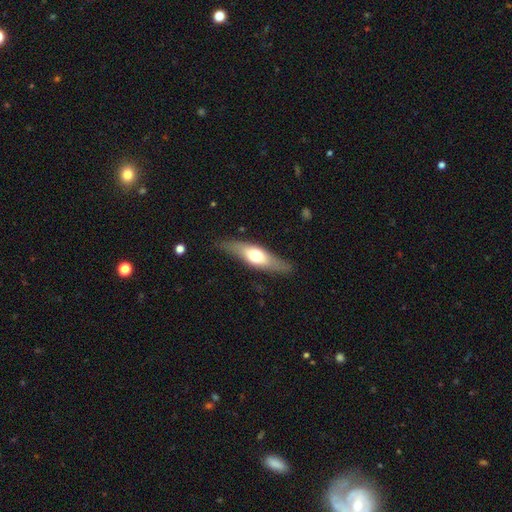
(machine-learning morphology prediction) smooth-or-featured: featured or disk: 48% | smooth: 47% | star or artifact: 5%
  merging: none: 83% | minor disturbance: 13% | major disturbance: 3% | merger: 1%